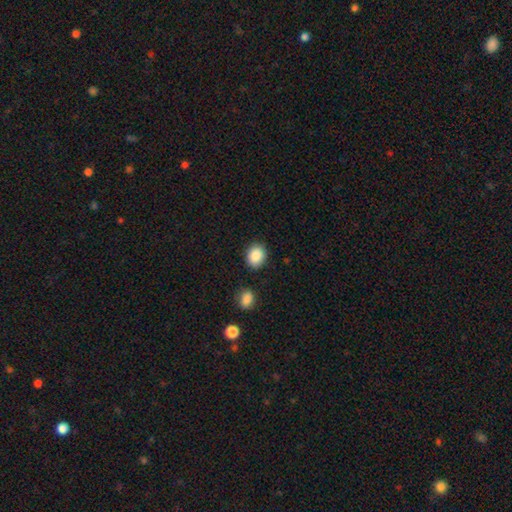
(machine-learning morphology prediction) The model was most divided on "how rounded": round: 54%, in between: 46%, cigar-shaped: 1%. More confident: smooth or featured — smooth (88%); merging — none (85%).